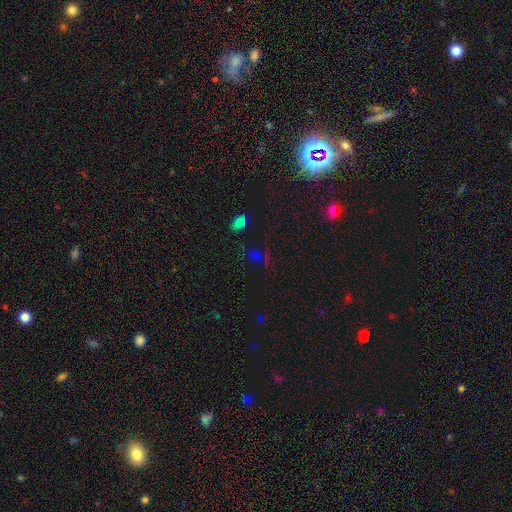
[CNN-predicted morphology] smooth_or_featured: star or artifact (p=0.55) [alt: smooth p=0.36]